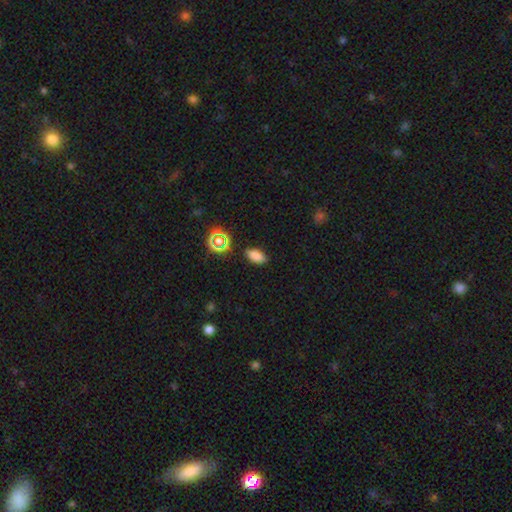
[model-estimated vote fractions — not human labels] Overall: smooth (79%). How rounded: in between (88%). Merging: none (86%).